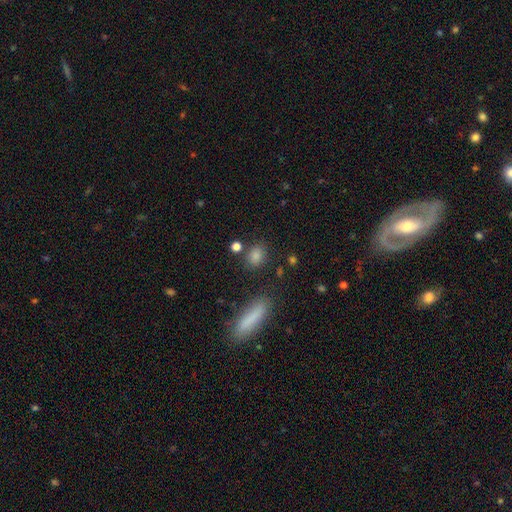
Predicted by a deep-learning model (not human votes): Q: Smooth or featured?
A: smooth (83%); runner-up: star or artifact (12%)
Q: How rounded?
A: in between (59%); runner-up: round (36%)
Q: Merging?
A: none (78%); runner-up: minor disturbance (11%)